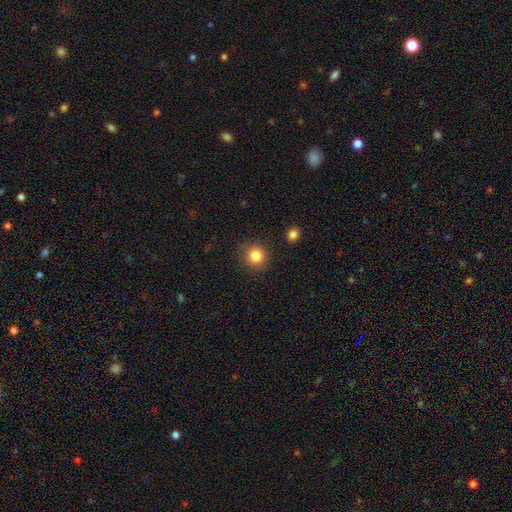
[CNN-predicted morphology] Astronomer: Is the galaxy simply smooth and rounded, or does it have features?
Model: smooth — 84%.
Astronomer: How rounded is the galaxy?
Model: round — 91%.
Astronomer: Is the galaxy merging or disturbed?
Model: none — 87%.